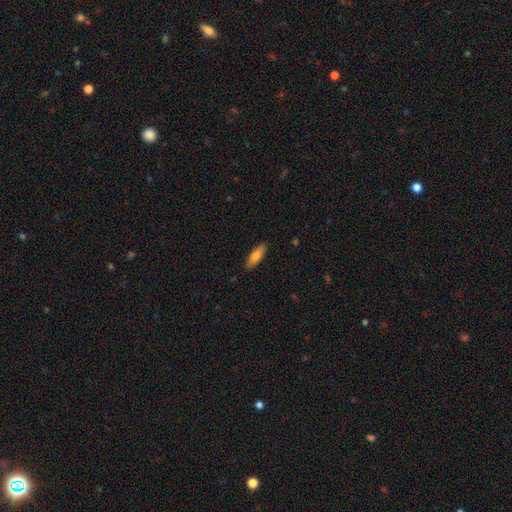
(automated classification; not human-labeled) A smooth galaxy with no disk features (75%) that is in between round and cigar-shaped (49%, tied with cigar-shaped). Merging: none (88%).